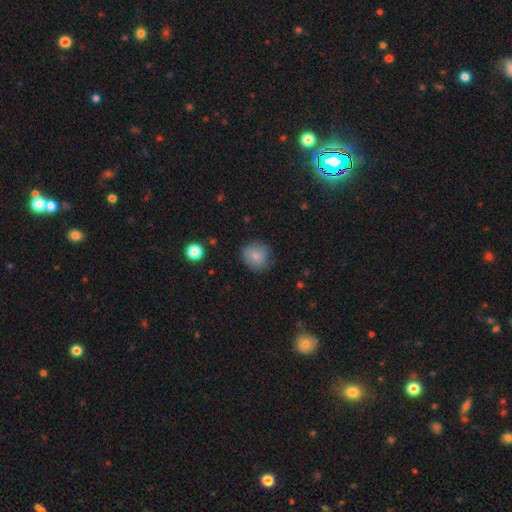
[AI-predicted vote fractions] smooth-or-featured: smooth: 80% | featured or disk: 11% | star or artifact: 9%
  how-rounded: round: 82% | in between: 17% | cigar-shaped: 1%
  merging: none: 75% | minor disturbance: 18% | major disturbance: 5% | merger: 1%